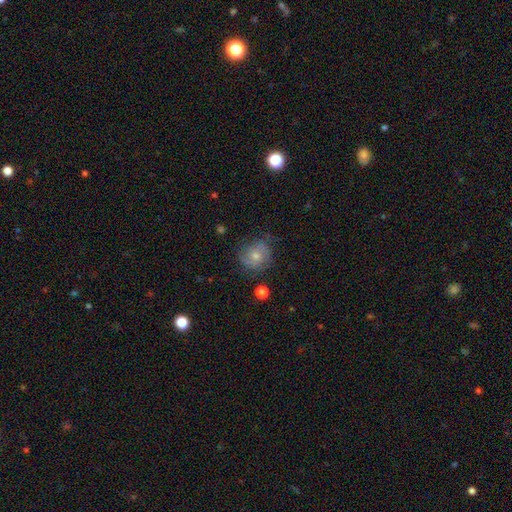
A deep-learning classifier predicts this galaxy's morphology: A featured or disk galaxy (50%).

Vote fractions:
- Smooth or featured? featured or disk: 50% / smooth: 35% / star or artifact: 16%
- Merging? none: 71% / minor disturbance: 20% / major disturbance: 7% / merger: 2%